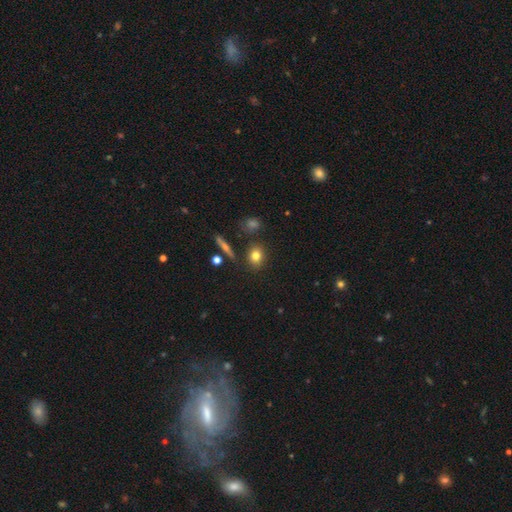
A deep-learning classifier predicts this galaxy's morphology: Smooth or featured?
  - smooth: 79% *
  - star or artifact: 11%
  - featured or disk: 10%
How rounded?
  - round: 62% *
  - in between: 36%
  - cigar-shaped: 3%
Merging?
  - none: 82% *
  - minor disturbance: 10%
  - merger: 5%
  - major disturbance: 3%